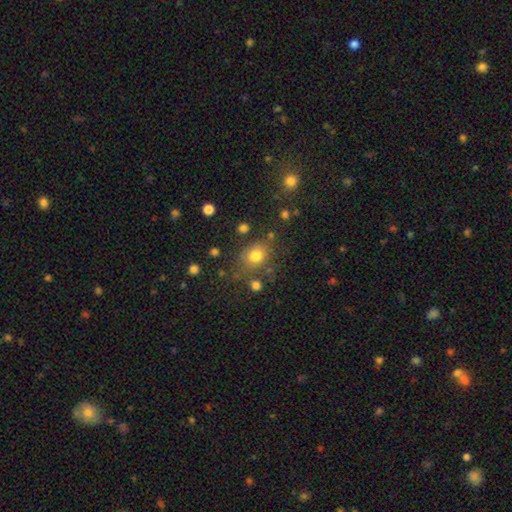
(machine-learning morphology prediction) Smooth or featured? smooth (78%)
How rounded? round (55%)
Merging? none (70%)